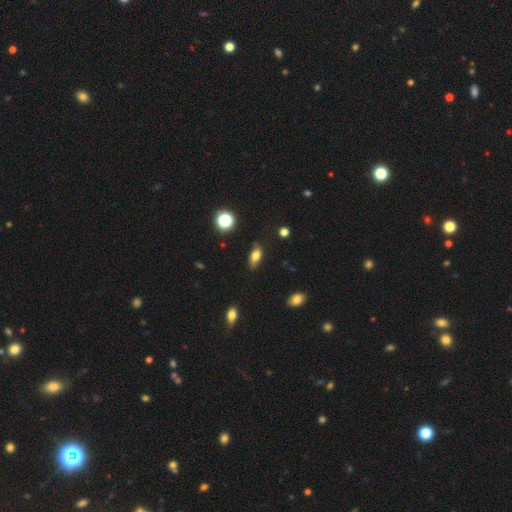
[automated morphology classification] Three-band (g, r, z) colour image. It shows a smooth galaxy with no disk features (74%) that is in between round and cigar-shaped (80%). Merging: none (76%).